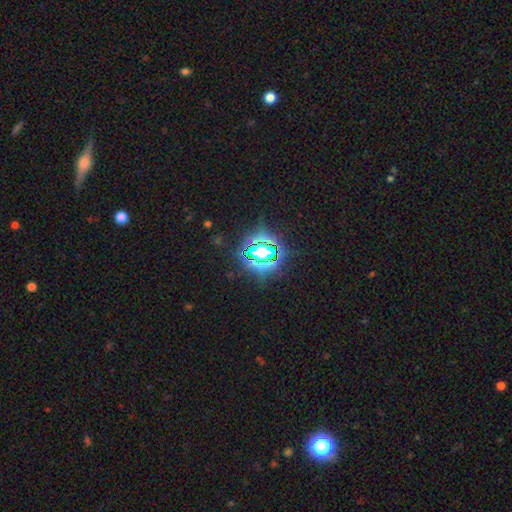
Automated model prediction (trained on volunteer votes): Q: Smooth or featured?
A: star or artifact (70%); runner-up: smooth (20%)